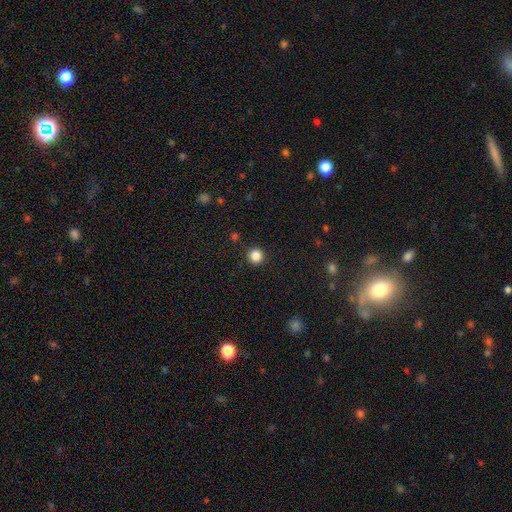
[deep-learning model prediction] smooth 86%, star or artifact 11%, featured or disk 3%. Down the decision tree: how rounded — round (93%); merging — none (92%).